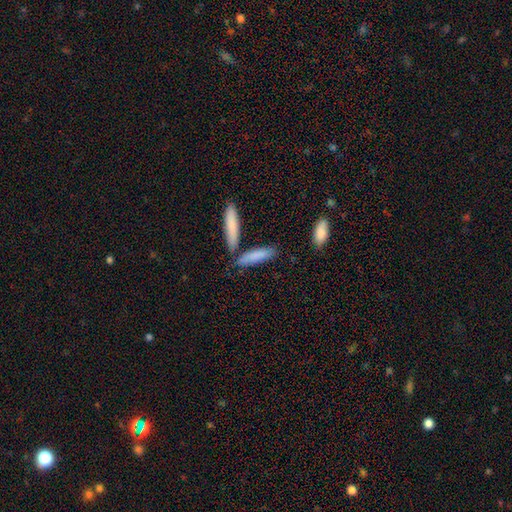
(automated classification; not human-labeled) smooth-or-featured: smooth: 81% | featured or disk: 13% | star or artifact: 6%
  how-rounded: cigar-shaped: 75% | in between: 23% | round: 2%
  merging: none: 72% | merger: 13% | minor disturbance: 12% | major disturbance: 3%